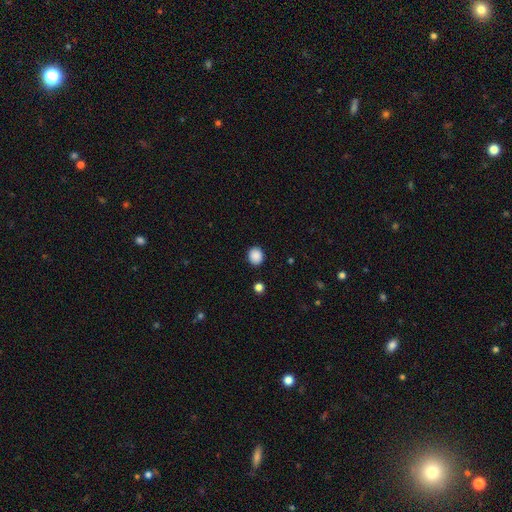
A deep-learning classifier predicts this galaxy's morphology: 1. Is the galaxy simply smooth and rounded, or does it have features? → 88% smooth, 9% star or artifact, 3% featured or disk.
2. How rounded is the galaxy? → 72% round, 27% in between, 1% cigar-shaped.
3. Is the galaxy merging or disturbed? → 89% none, 7% minor disturbance, 2% major disturbance, 2% merger.